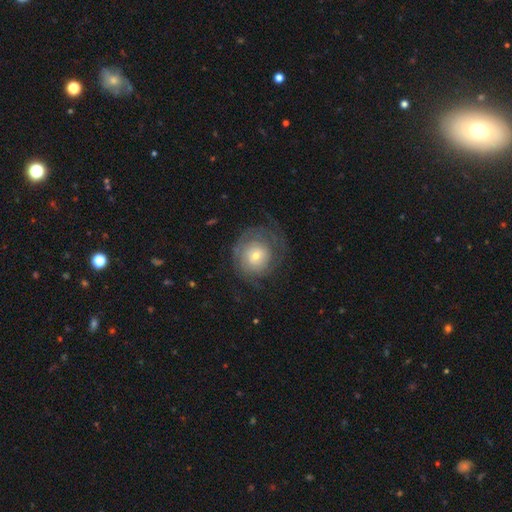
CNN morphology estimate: Smooth or featured? Predicted: featured or disk (p=0.56). Edge-on disk? Predicted: no (p=0.96). Bar? Predicted: no (p=0.80). Spiral arms? Predicted: yes (p=0.68). Bulge size? Predicted: small (p=0.54). Merging? Predicted: none (p=0.62).